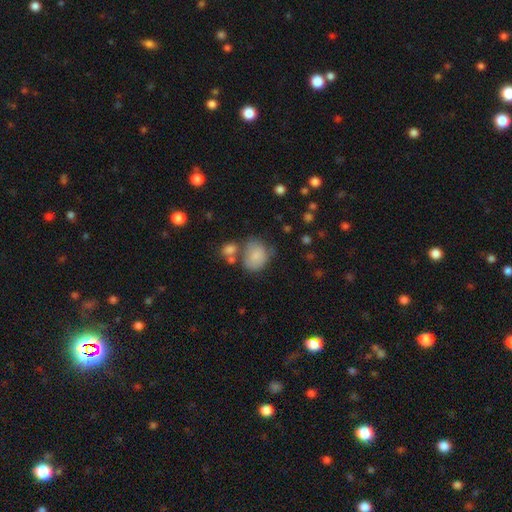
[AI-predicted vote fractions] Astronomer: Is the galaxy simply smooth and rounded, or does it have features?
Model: smooth — 79%.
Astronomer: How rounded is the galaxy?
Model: round — 50% (runner-up: in between, 49%).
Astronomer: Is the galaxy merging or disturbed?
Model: none — 45% (runner-up: minor disturbance, 24%).